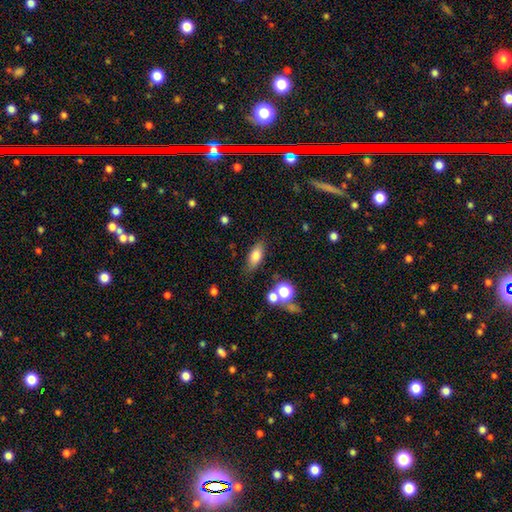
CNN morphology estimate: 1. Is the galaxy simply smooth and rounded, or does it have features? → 75% smooth, 15% featured or disk, 10% star or artifact.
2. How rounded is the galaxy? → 78% in between, 16% cigar-shaped, 6% round.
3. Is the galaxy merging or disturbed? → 78% none, 14% minor disturbance, 5% merger, 4% major disturbance.